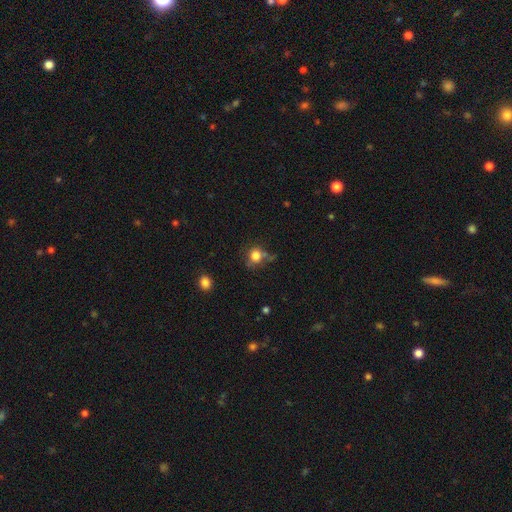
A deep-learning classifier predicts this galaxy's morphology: Overall: smooth (79%). How rounded: round (82%). Merging: none (60%).